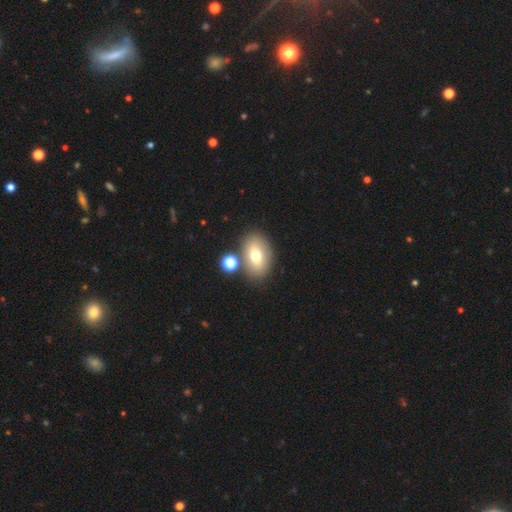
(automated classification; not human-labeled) Smooth or featured? smooth (69%)
How rounded? in between (84%)
Merging? none (75%)